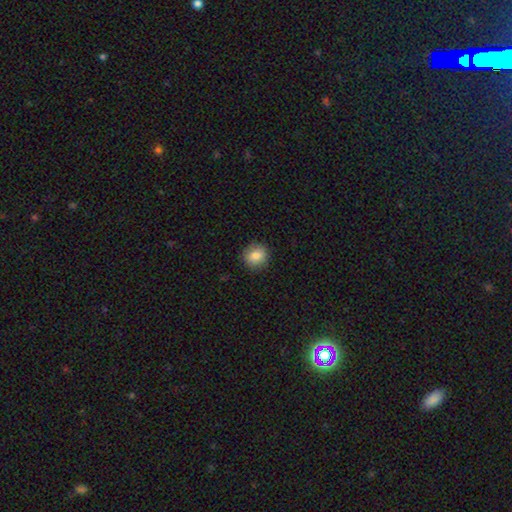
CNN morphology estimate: Q: Smooth or featured?
A: smooth (84%); runner-up: star or artifact (9%)
Q: How rounded?
A: round (86%); runner-up: in between (13%)
Q: Merging?
A: none (88%); runner-up: minor disturbance (9%)